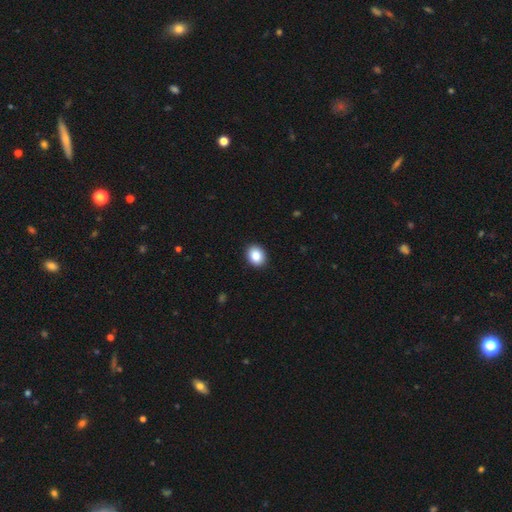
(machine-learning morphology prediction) Smooth or featured? smooth (87%)
How rounded? in between (52%)
Merging? none (91%)